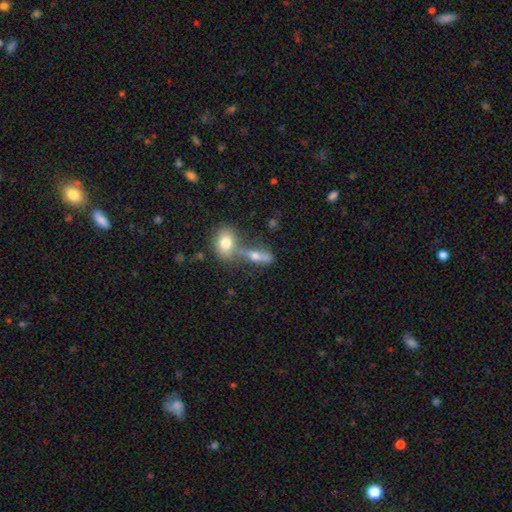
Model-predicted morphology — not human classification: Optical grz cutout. It shows a smooth galaxy with no disk features (56%) that is in between round and cigar-shaped (53%). Merging: merger (46%).